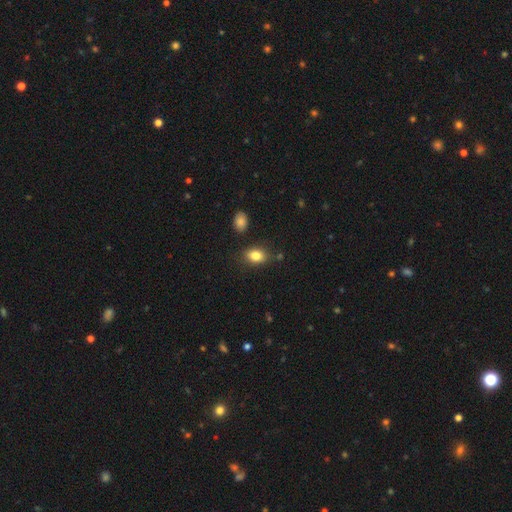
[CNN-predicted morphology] A smooth galaxy with no disk features (83%) that is in between round and cigar-shaped (79%).

Vote fractions:
- Smooth or featured? smooth: 83% / star or artifact: 9% / featured or disk: 8%
- How rounded? in between: 79% / round: 19% / cigar-shaped: 2%
- Merging? none: 80% / minor disturbance: 13% / merger: 4% / major disturbance: 3%